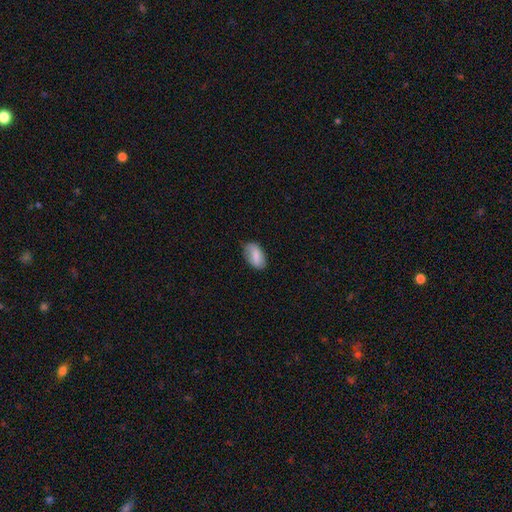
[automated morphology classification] smooth-or-featured: smooth: 79% | featured or disk: 14% | star or artifact: 7%
  how-rounded: in between: 93% | round: 4% | cigar-shaped: 2%
  merging: none: 76% | minor disturbance: 19% | major disturbance: 3% | merger: 1%